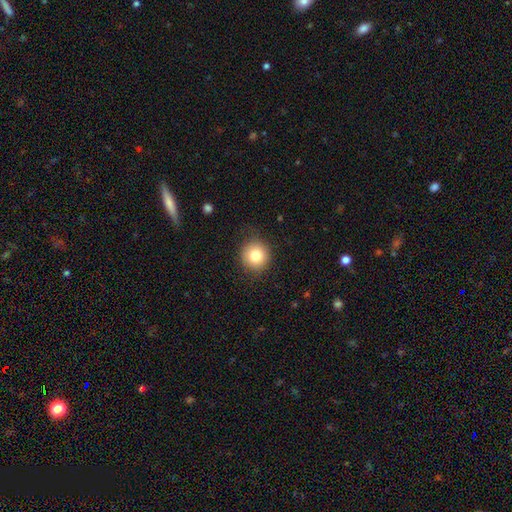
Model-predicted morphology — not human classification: Smooth or featured? smooth (81%)
How rounded? round (93%)
Merging? none (85%)